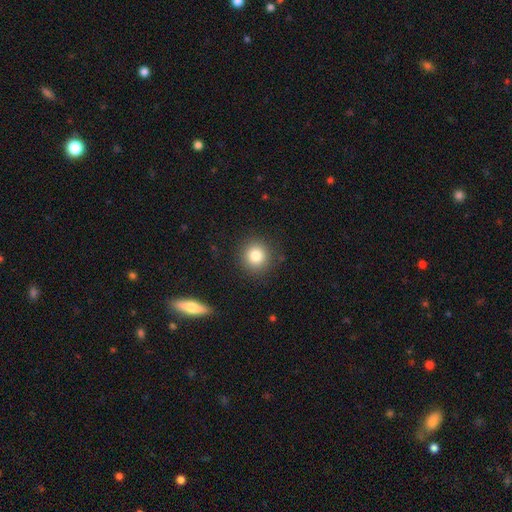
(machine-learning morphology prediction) type=smooth (82%); roundness=round (91%); merging=none (89%).